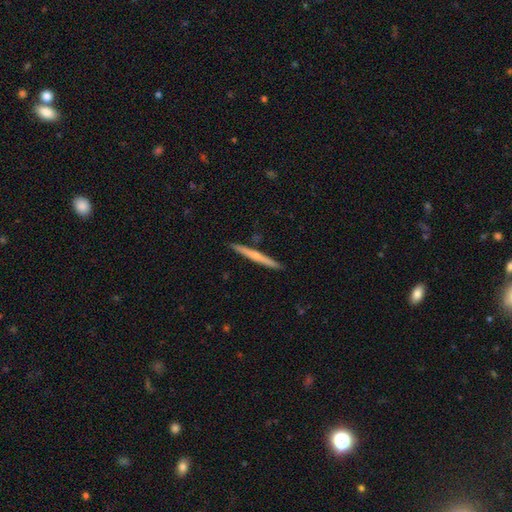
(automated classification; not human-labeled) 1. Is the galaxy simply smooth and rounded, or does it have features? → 54% featured or disk, 40% smooth, 5% star or artifact.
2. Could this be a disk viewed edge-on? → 97% yes, 3% no.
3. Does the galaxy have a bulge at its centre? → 51% rounded, 45% none, 4% boxy.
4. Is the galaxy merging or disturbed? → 91% none, 6% minor disturbance, 2% merger, 1% major disturbance.